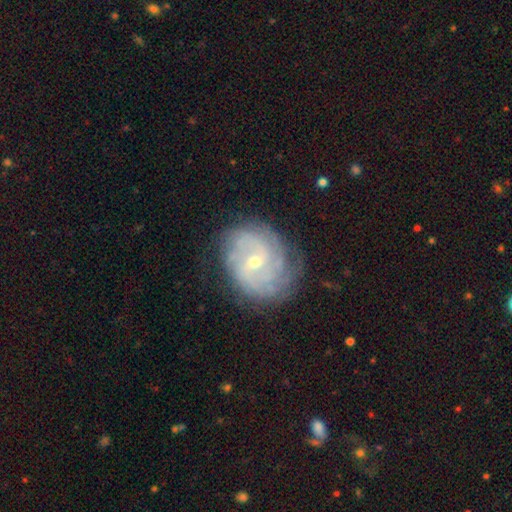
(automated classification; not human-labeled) Smooth or featured: featured or disk — 84% (smooth — 10%)
Edge-on disk: no — 97% (yes — 3%)
Bar: no — 54% (weak — 38%)
Spiral arms: yes — 95% (no — 5%)
Spiral winding: tight — 65% (medium — 28%)
Spiral arm count: can't tell — 36% (2 — 19%)
Bulge size: small — 62% (moderate — 36%)
Merging: none — 75% (minor disturbance — 17%)